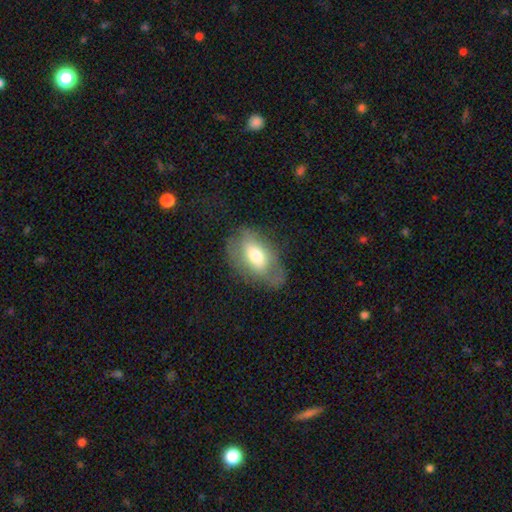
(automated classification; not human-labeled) smooth_or_featured: smooth (p=0.59) [alt: featured or disk p=0.34]
how_rounded: in between (p=0.88) [alt: round p=0.08]
merging: none (p=0.58) [alt: minor disturbance p=0.25]